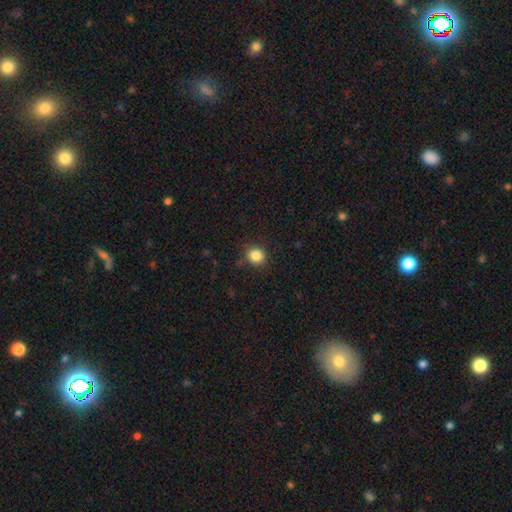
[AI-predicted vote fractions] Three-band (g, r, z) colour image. It shows a smooth galaxy with no disk features (85%) that is round (84%). Merging: none (85%).